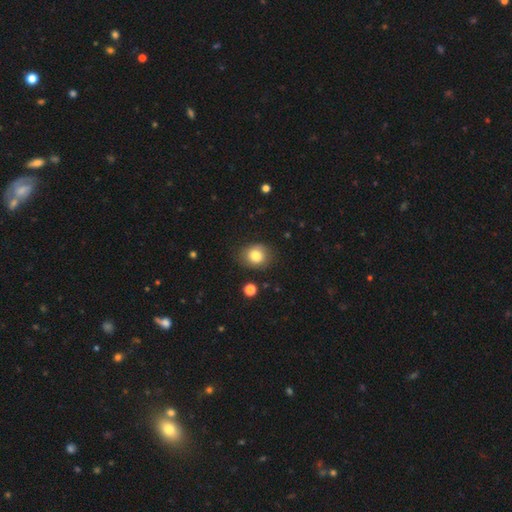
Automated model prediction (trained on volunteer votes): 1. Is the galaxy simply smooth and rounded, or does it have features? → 81% smooth, 10% star or artifact, 10% featured or disk.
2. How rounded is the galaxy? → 68% round, 31% in between, 1% cigar-shaped.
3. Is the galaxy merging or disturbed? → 80% none, 15% minor disturbance, 4% major disturbance, 2% merger.